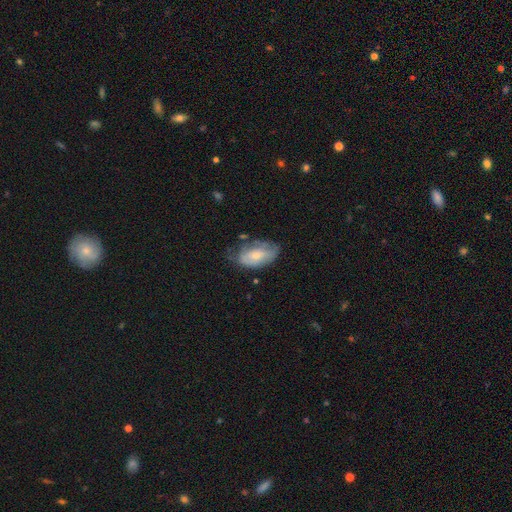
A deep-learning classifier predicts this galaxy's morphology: Smooth or featured?
  - smooth: 53% *
  - featured or disk: 40%
  - star or artifact: 6%
How rounded?
  - in between: 91% *
  - round: 6%
  - cigar-shaped: 2%
Merging?
  - none: 47% *
  - minor disturbance: 35%
  - major disturbance: 15%
  - merger: 3%